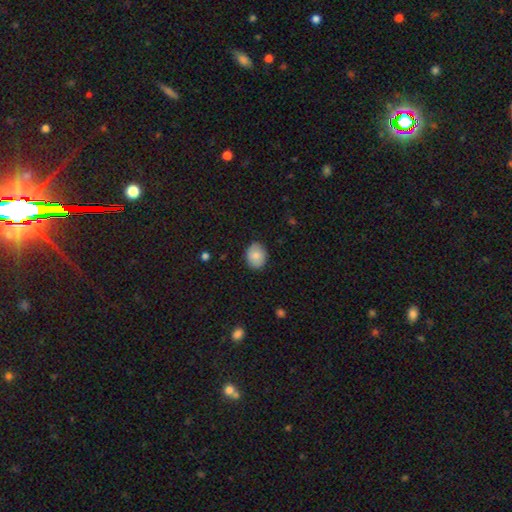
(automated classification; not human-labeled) A smooth galaxy with no disk features (83%) that is in between round and cigar-shaped (57%).

Vote fractions:
- Smooth or featured? smooth: 83% / featured or disk: 10% / star or artifact: 7%
- How rounded? in between: 57% / round: 42% / cigar-shaped: 1%
- Merging? none: 85% / minor disturbance: 12% / major disturbance: 2% / merger: 1%